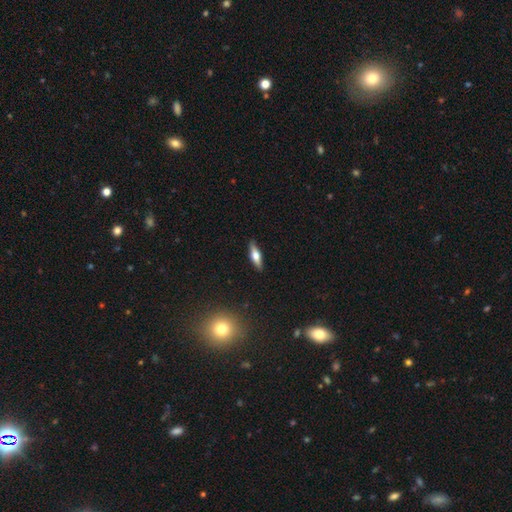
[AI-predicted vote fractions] Overall: featured or disk (50%; smooth 43%). Edge-on disk: yes (93%). Merging: none (89%).